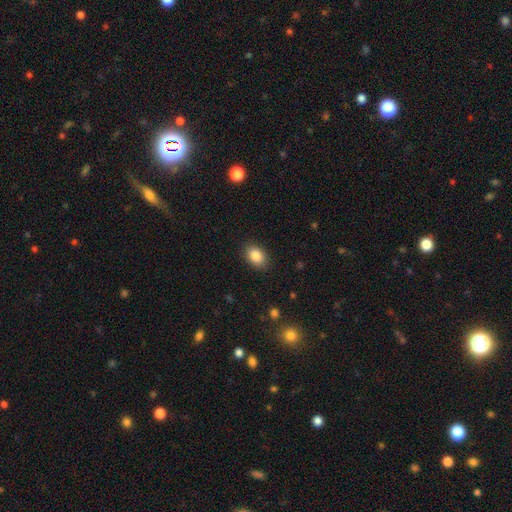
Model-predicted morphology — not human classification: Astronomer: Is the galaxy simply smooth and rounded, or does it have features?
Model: smooth — 86%.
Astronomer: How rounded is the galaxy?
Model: in between — 80%.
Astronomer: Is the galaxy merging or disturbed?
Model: none — 88%.